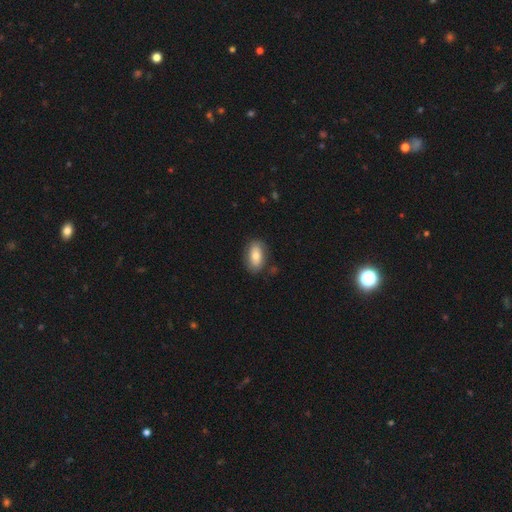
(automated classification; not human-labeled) Smooth or featured? smooth (73%)
How rounded? in between (91%)
Merging? none (79%)